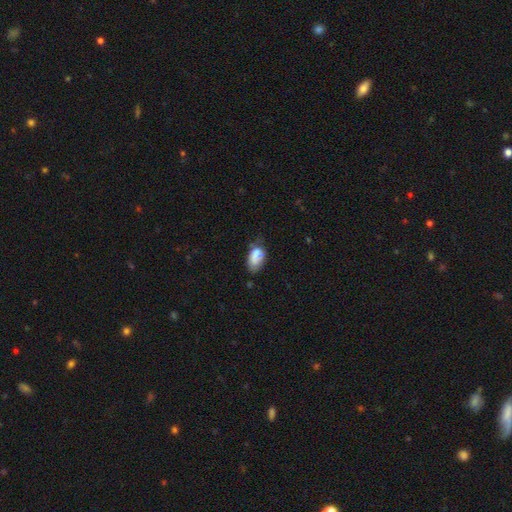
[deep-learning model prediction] Overall: smooth (73%). How rounded: in between (91%). Merging: none (46%; minor disturbance 31%).